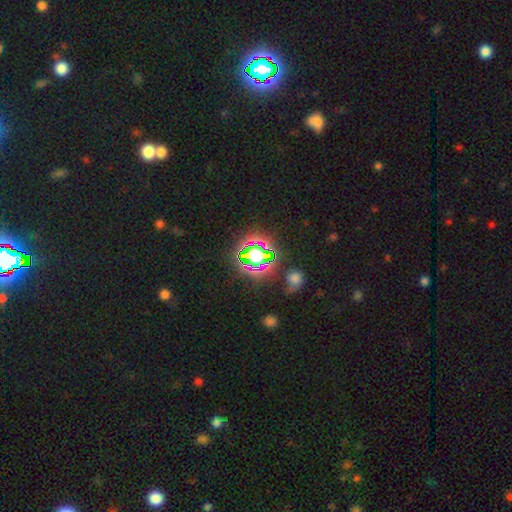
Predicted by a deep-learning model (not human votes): Morphology: type=star or artifact (64%).